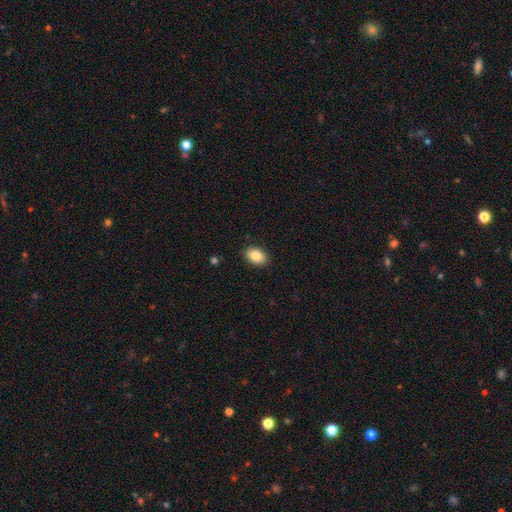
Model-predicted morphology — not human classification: A smooth galaxy with no disk features (85%) that is in between round and cigar-shaped (83%).

Vote fractions:
- Smooth or featured? smooth: 85% / star or artifact: 8% / featured or disk: 7%
- How rounded? in between: 83% / round: 16% / cigar-shaped: 1%
- Merging? none: 89% / minor disturbance: 8% / major disturbance: 2% / merger: 1%